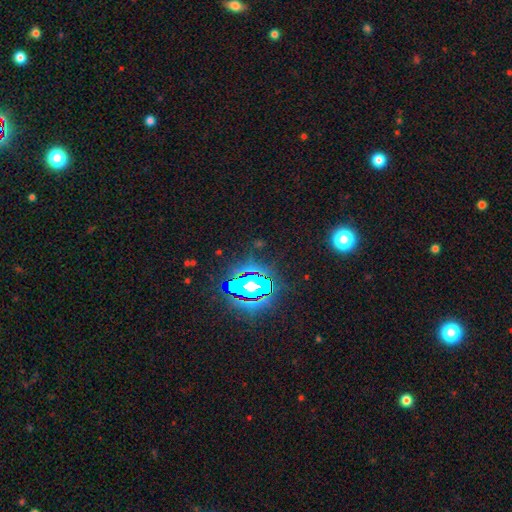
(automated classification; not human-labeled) The model was most divided on "smooth or featured": star or artifact: 81%, smooth: 11%, featured or disk: 8%.